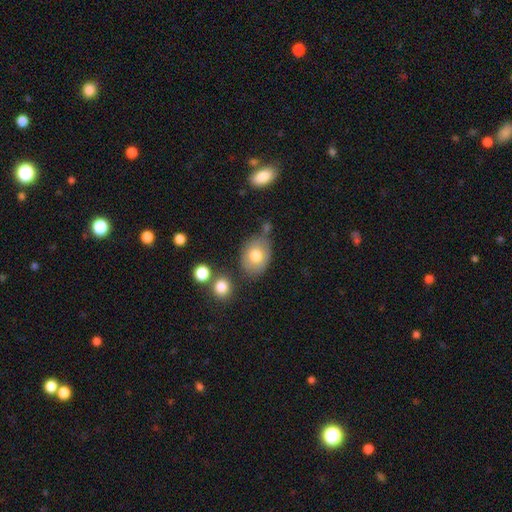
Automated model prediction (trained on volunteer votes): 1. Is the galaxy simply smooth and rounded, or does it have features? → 75% smooth, 17% featured or disk, 9% star or artifact.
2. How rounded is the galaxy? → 60% in between, 38% round, 1% cigar-shaped.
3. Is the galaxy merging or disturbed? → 63% none, 20% minor disturbance, 11% merger, 6% major disturbance.